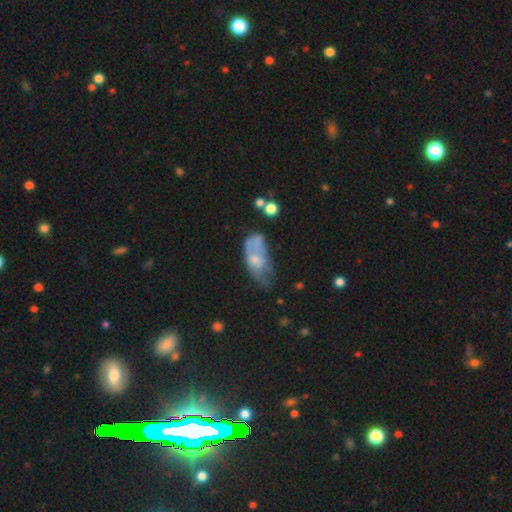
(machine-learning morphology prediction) type=smooth (45%); merging=minor disturbance (30%).